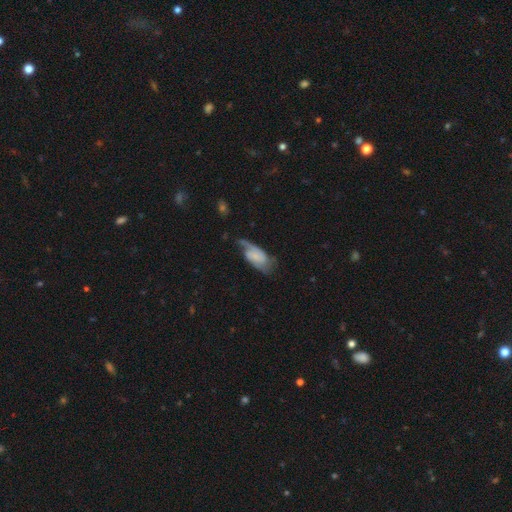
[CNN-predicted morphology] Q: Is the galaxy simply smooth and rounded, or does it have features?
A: featured or disk — 61%.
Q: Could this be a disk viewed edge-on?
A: no — 94%.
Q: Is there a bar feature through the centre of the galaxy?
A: no — 58%.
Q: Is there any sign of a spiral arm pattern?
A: yes — 90%.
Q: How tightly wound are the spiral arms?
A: medium — 39%, tied with loose.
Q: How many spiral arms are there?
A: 2 — 61%.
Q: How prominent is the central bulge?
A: small — 43%.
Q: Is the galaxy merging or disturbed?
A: none — 43%.